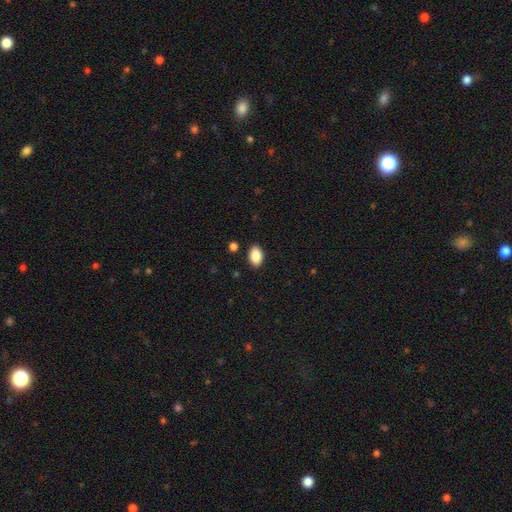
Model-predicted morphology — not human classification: The model was most divided on "merging": none: 88%, minor disturbance: 8%, major disturbance: 2%, merger: 2%. More confident: how rounded — in between (90%); smooth or featured — smooth (88%).